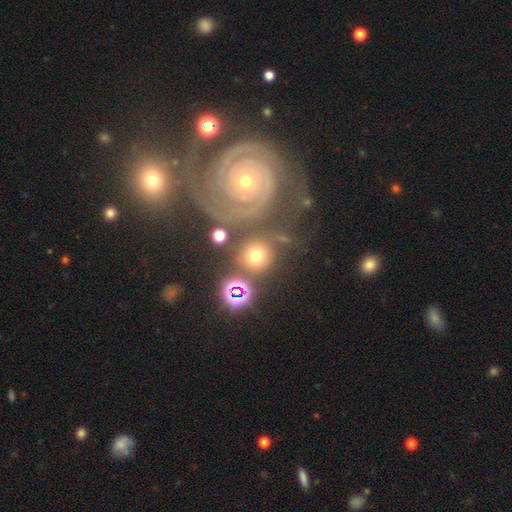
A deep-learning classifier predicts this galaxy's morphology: This appears to be a smooth galaxy with no disk features (60%) that is round (85%). Merging: none (61%).